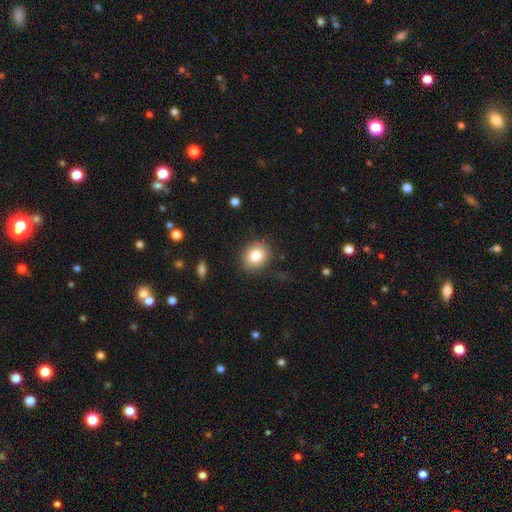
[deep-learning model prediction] Smooth or featured? smooth (82%)
How rounded? round (59%)
Merging? none (85%)